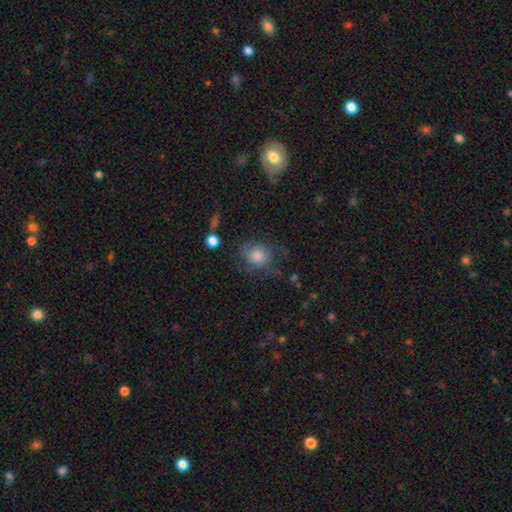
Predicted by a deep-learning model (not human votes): This appears to be a smooth galaxy with no disk features (48%). Merging: none (56%).